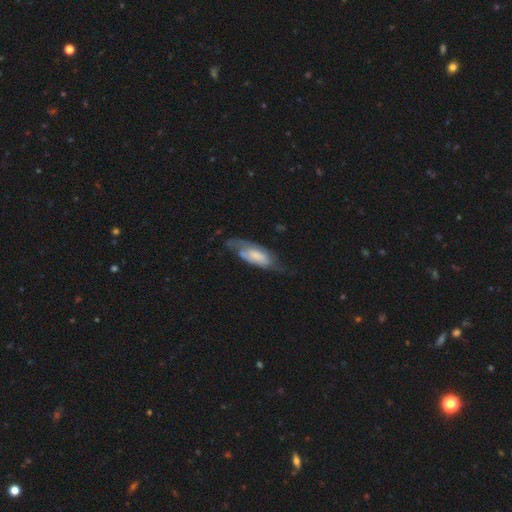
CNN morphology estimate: A featured or disk galaxy (52%). Merging: none (44%).